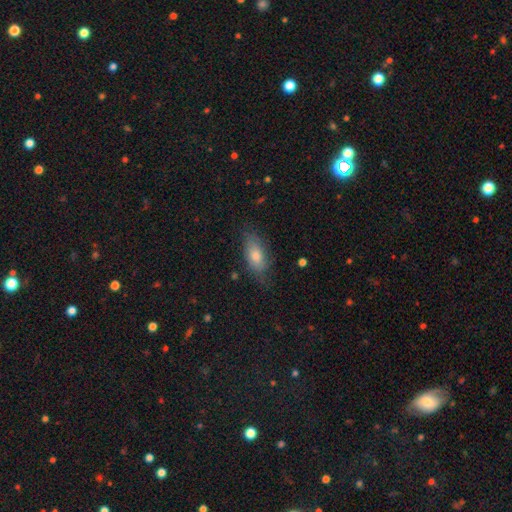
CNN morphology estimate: smooth_or_featured: smooth (p=0.66) [alt: featured or disk p=0.25]
how_rounded: in between (p=0.79) [alt: cigar-shaped p=0.17]
merging: none (p=0.74) [alt: minor disturbance p=0.20]